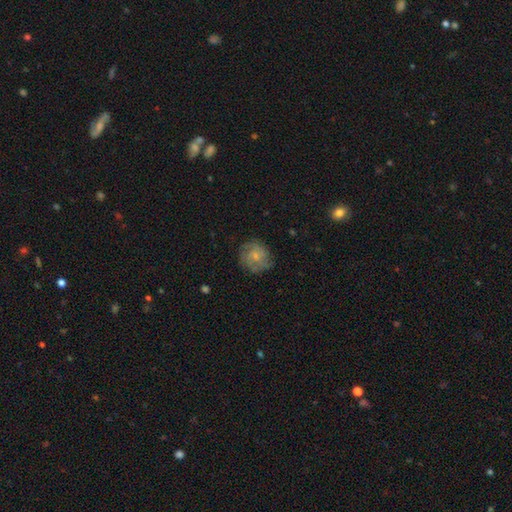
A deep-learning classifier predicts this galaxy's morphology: Smooth or featured: featured or disk — 50% (smooth — 42%)
Edge-on disk: no — 98% (yes — 2%)
Merging: none — 74% (minor disturbance — 18%)